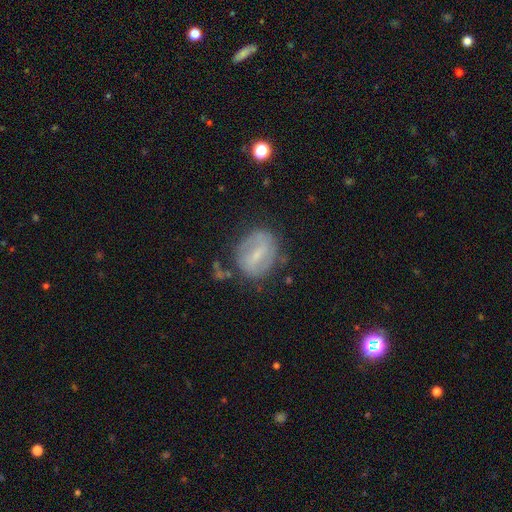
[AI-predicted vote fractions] This appears to be a featured or disk galaxy (55%) with a weak bar (44%), no spiral arms (51%) and a small central bulge (59%). Merging: none (68%).